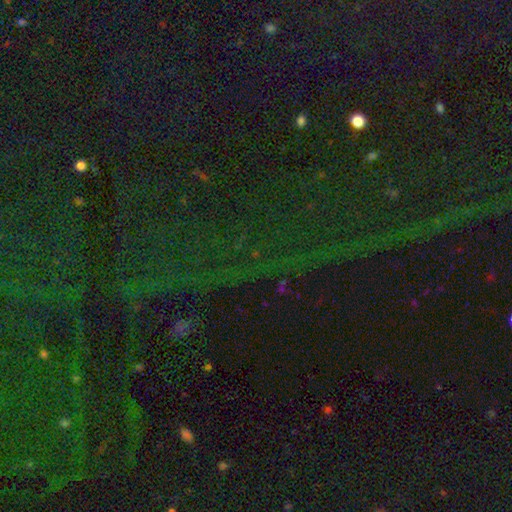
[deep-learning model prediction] Smooth or featured?
  - star or artifact: 81% *
  - smooth: 10%
  - featured or disk: 8%